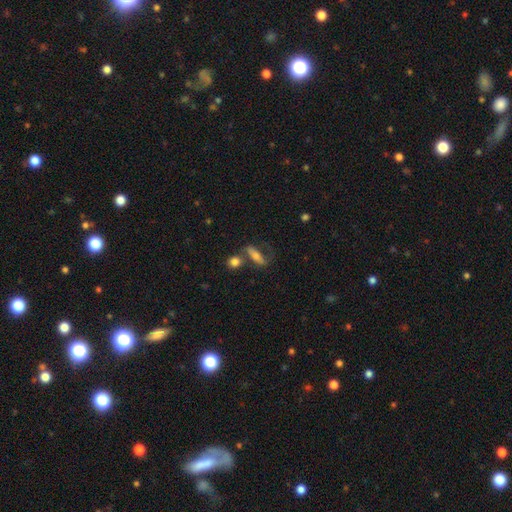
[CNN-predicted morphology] Overall: smooth (53%; featured or disk 38%). How rounded: in between (51%; cigar-shaped 43%). Merging: none (46%; merger 21%).